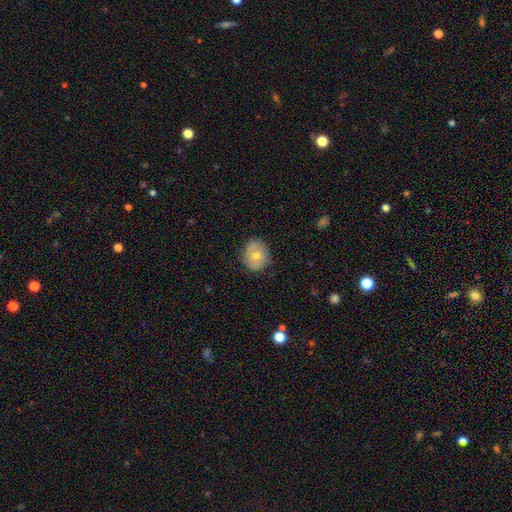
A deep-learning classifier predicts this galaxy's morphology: Smooth or featured? smooth (50%)
Merging? none (83%)